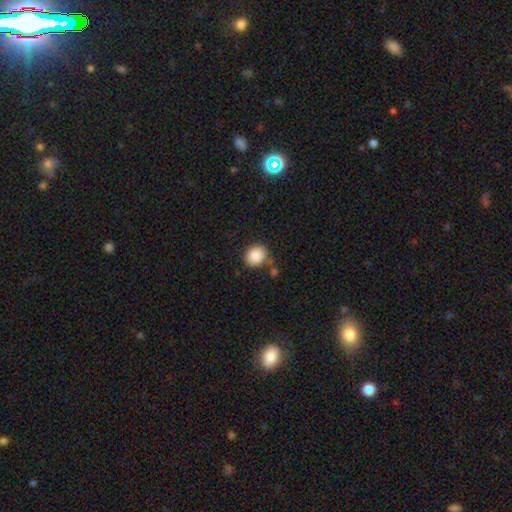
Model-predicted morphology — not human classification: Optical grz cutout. It shows a smooth galaxy with no disk features (88%) that is round (66%). Merging: none (77%).